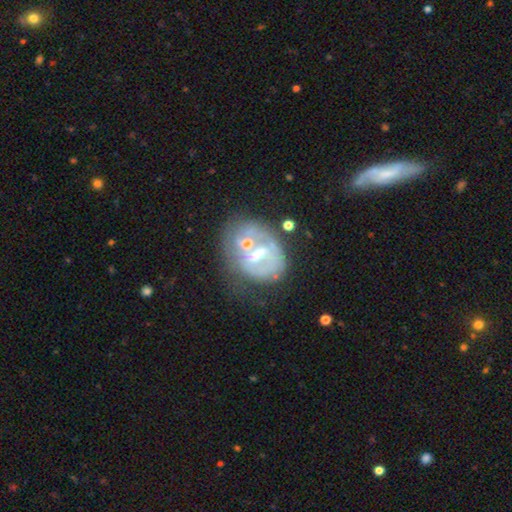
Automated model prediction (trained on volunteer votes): Morphology: type=featured or disk (66%); edge-on=no (95%); bar=no (39%); spiral arms=no (60%); bulge=moderate (55%); merging=none (39%).